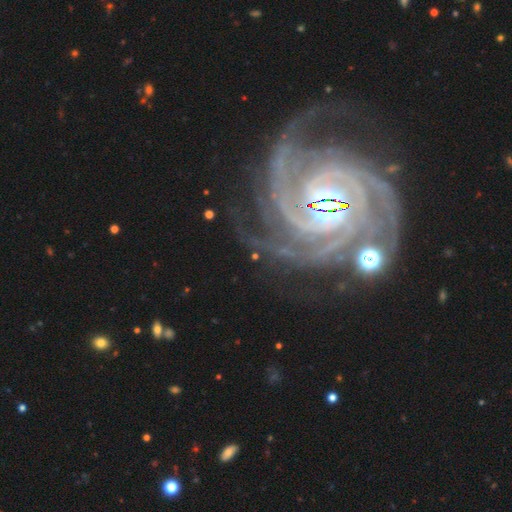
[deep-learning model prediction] smooth_or_featured: featured or disk (p=0.85) [alt: star or artifact p=0.10]
disk_edge_on: no (p=0.96) [alt: yes p=0.04]
bar: strong (p=0.36) [alt: no p=0.32]
has_spiral_arms: yes (p=0.97) [alt: no p=0.03]
spiral_winding: tight (p=0.68) [alt: medium p=0.26]
spiral_arm_count: 3 (p=0.22) [alt: 2 p=0.21]
bulge_size: moderate (p=0.49) [alt: small p=0.34]
merging: none (p=0.72) [alt: minor disturbance p=0.14]